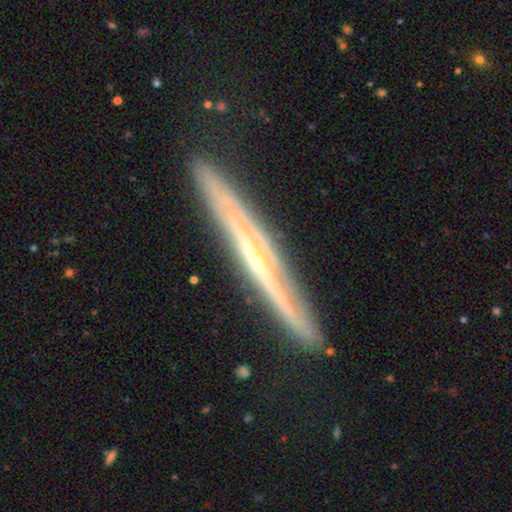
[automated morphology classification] featured or disk 79%, smooth 14%, star or artifact 7%. Down the decision tree: edge-on disk — yes (92%); edge-on bulge — none (56%); merging — none (84%).